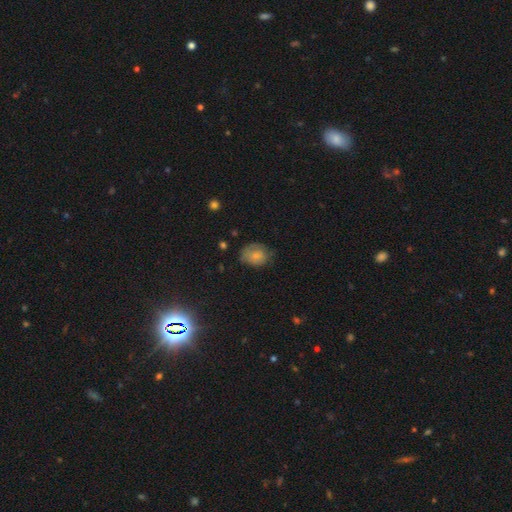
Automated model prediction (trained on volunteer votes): A smooth galaxy with no disk features (77%) that is in between round and cigar-shaped (55%). Merging: none (60%).